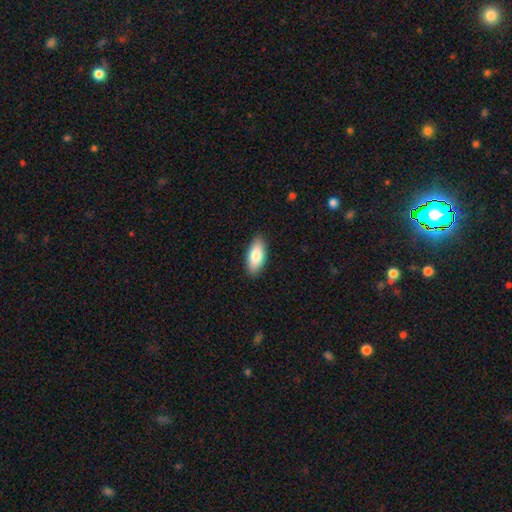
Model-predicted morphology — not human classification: smooth_or_featured: smooth (p=0.82) [alt: featured or disk p=0.12]
how_rounded: in between (p=0.87) [alt: cigar-shaped p=0.11]
merging: none (p=0.89) [alt: minor disturbance p=0.08]